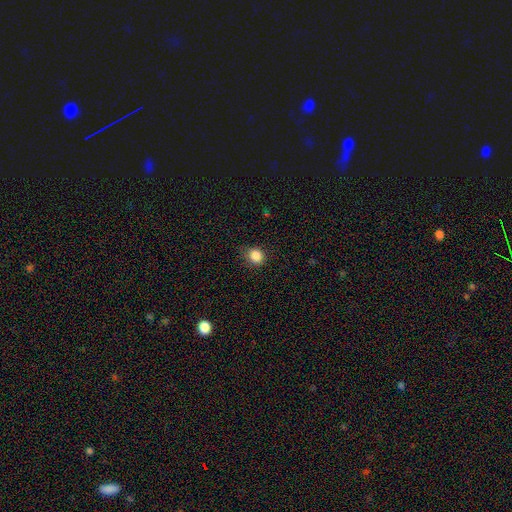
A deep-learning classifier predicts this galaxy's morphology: Overall: smooth (85%). How rounded: round (75%). Merging: none (77%).